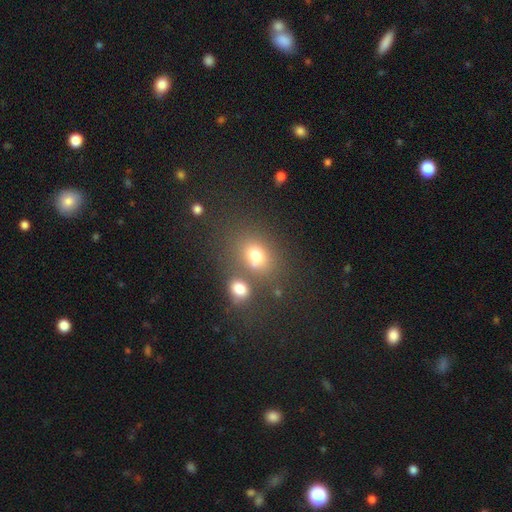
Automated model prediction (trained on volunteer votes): smooth-or-featured: smooth: 73% | star or artifact: 16% | featured or disk: 11%
  how-rounded: in between: 55% | round: 44% | cigar-shaped: 1%
  merging: none: 56% | merger: 26% | minor disturbance: 12% | major disturbance: 6%